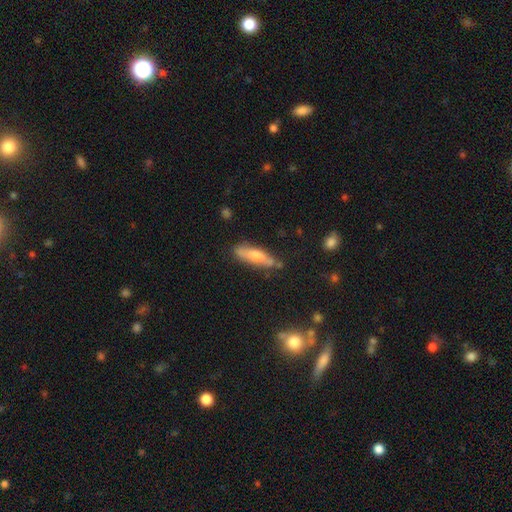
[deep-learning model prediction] Smooth or featured? smooth (60%)
How rounded? cigar-shaped (63%)
Merging? none (72%)